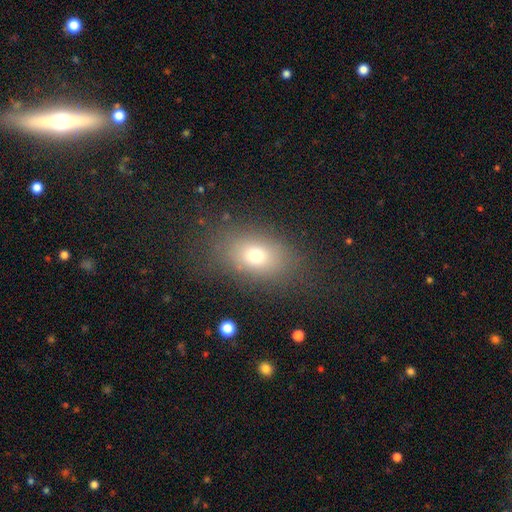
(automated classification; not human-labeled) Q: Smooth or featured?
A: smooth (72%); runner-up: featured or disk (14%)
Q: How rounded?
A: in between (78%); runner-up: round (20%)
Q: Merging?
A: none (78%); runner-up: minor disturbance (12%)